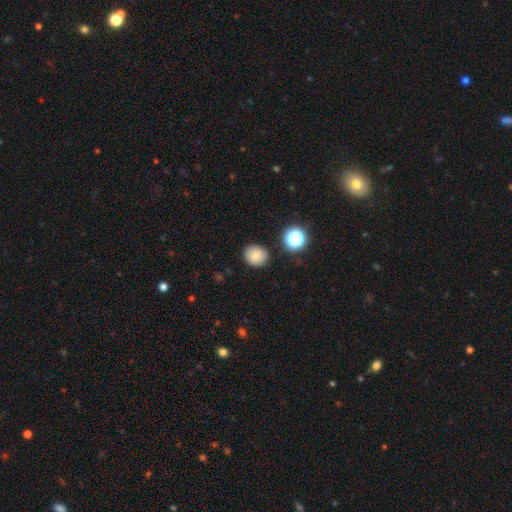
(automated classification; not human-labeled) A smooth galaxy with no disk features (78%) that is round (77%).

Vote fractions:
- Smooth or featured? smooth: 78% / star or artifact: 12% / featured or disk: 9%
- How rounded? round: 77% / in between: 22% / cigar-shaped: 1%
- Merging? none: 85% / minor disturbance: 10% / merger: 3% / major disturbance: 2%